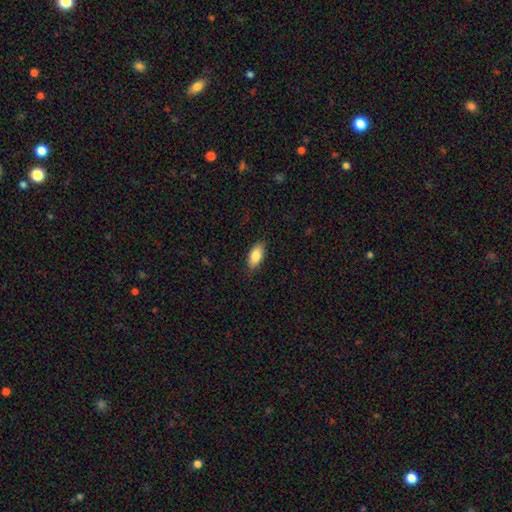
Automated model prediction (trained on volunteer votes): This appears to be a smooth galaxy with no disk features (85%) that is in between round and cigar-shaped (89%). Merging: none (84%).